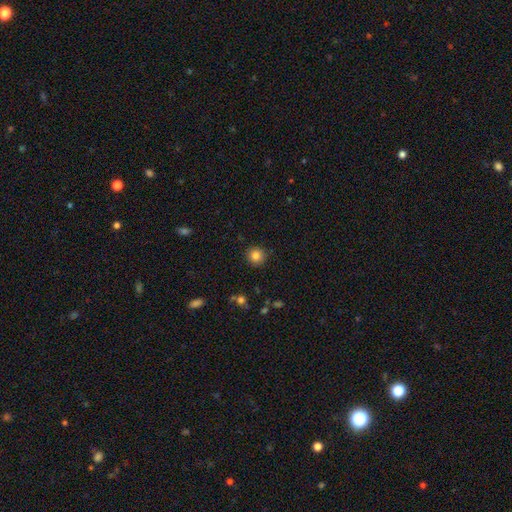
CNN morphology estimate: This is clearly a smooth galaxy (83%). How rounded: clearly round (93%). Merging: clearly none (90%).